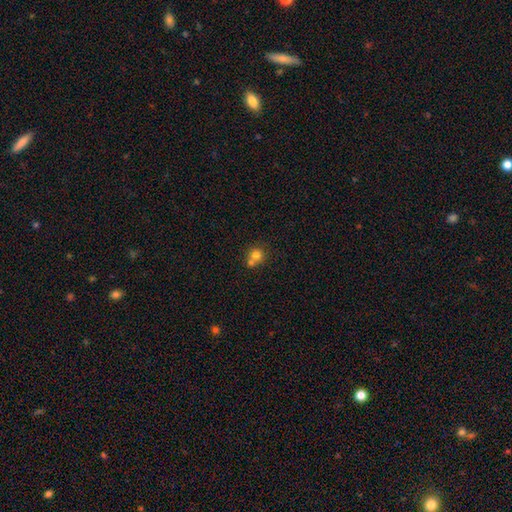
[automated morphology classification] smooth 76%, star or artifact 12%, featured or disk 12%. Down the decision tree: how rounded — round (86%); merging — merger (46%).